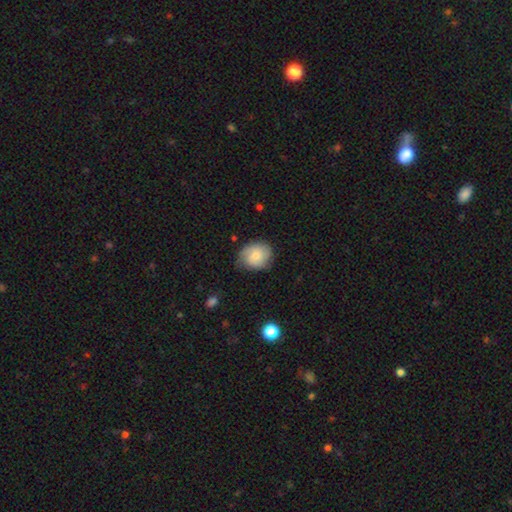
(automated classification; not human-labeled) Smooth or featured? Predicted: smooth (p=0.63). How rounded? Predicted: round (p=0.63). Merging? Predicted: none (p=0.67).